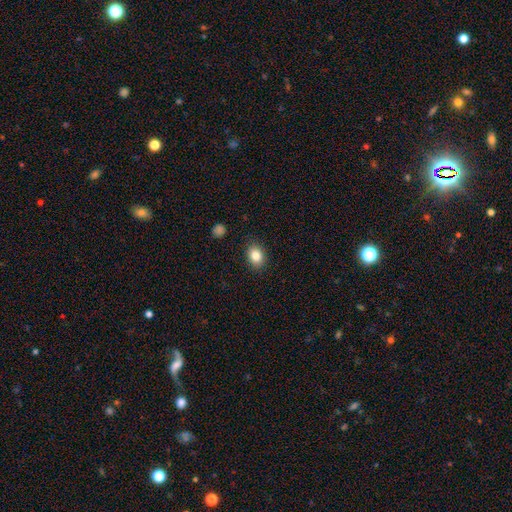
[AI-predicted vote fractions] Q: Smooth or featured?
A: smooth (84%); runner-up: star or artifact (9%)
Q: How rounded?
A: in between (64%); runner-up: round (35%)
Q: Merging?
A: none (87%); runner-up: minor disturbance (10%)